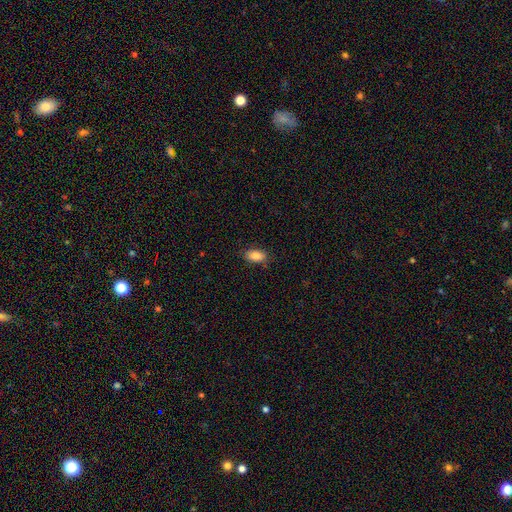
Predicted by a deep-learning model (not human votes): smooth 86%, star or artifact 8%, featured or disk 6%. Down the decision tree: how rounded — in between (91%); merging — none (85%).